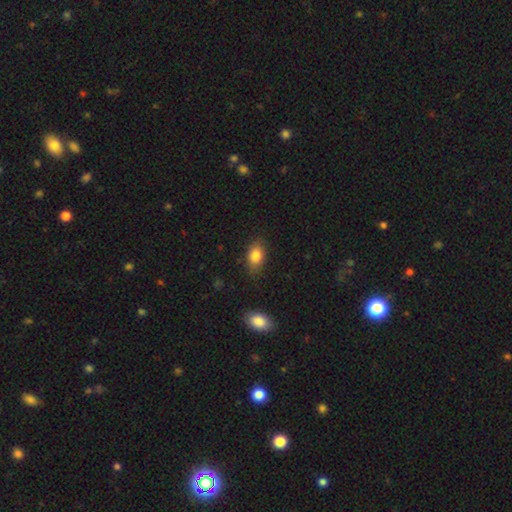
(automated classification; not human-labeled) Q: Smooth or featured?
A: smooth (84%); runner-up: star or artifact (8%)
Q: How rounded?
A: in between (84%); runner-up: round (14%)
Q: Merging?
A: none (81%); runner-up: minor disturbance (14%)